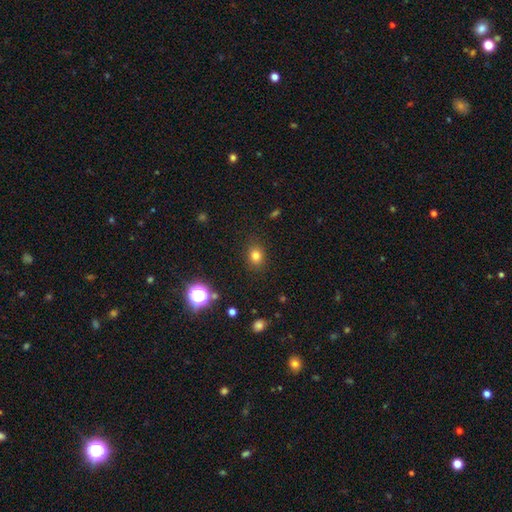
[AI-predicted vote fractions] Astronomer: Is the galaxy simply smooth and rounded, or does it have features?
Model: smooth — 78%.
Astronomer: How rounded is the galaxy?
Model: round — 58% (runner-up: in between, 41%).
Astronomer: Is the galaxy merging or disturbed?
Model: none — 86%.